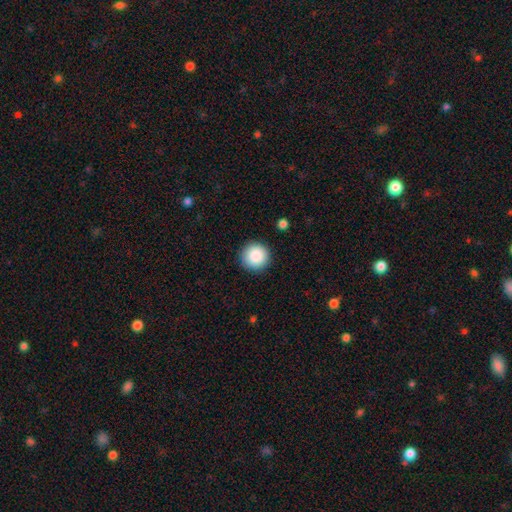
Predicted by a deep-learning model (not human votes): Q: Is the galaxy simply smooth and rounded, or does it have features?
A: smooth — 88%.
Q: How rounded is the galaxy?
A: round — 96%.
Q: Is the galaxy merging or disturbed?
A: none — 92%.